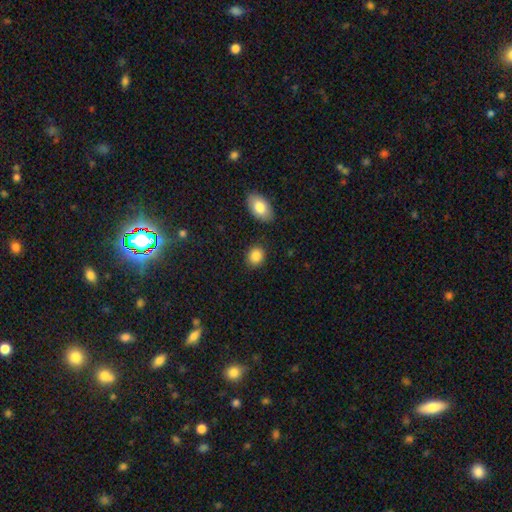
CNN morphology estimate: Q: Smooth or featured?
A: smooth (87%); runner-up: star or artifact (8%)
Q: How rounded?
A: round (57%); runner-up: in between (42%)
Q: Merging?
A: none (85%); runner-up: minor disturbance (9%)